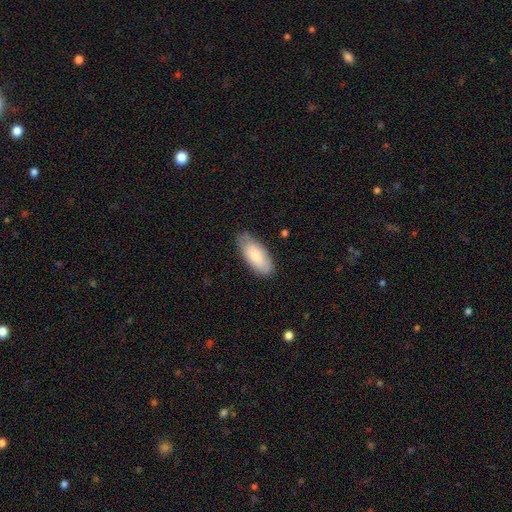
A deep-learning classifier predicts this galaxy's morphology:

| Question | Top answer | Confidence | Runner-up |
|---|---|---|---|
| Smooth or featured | smooth | 79% | featured or disk (15%) |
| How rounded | in between | 89% | cigar-shaped (9%) |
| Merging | none | 74% | minor disturbance (21%) |